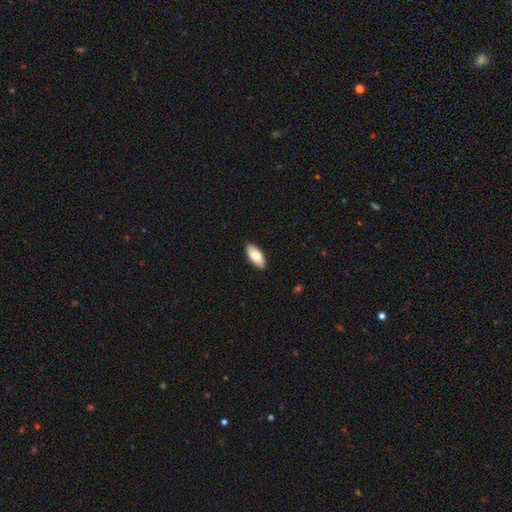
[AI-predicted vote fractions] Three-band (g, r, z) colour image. It shows a smooth galaxy with no disk features (80%) that is in between round and cigar-shaped (89%). Merging: none (89%).